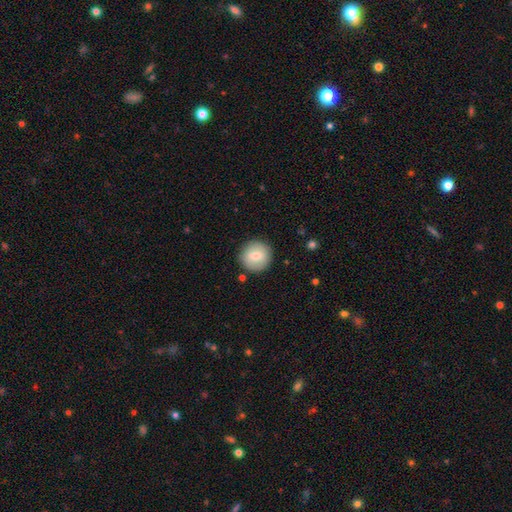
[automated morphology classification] This is likely a smooth galaxy (76%). How rounded: clearly round (94%). Merging: clearly none (88%).